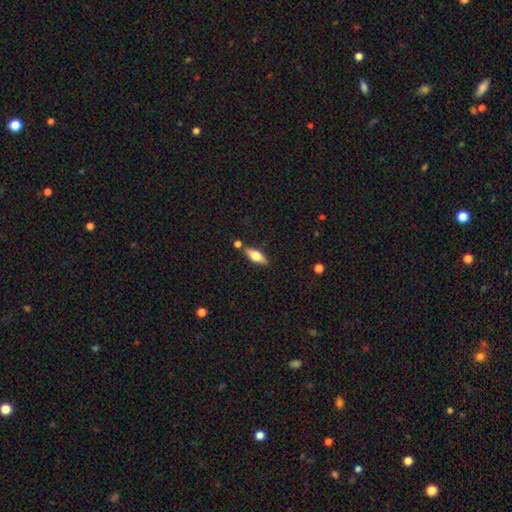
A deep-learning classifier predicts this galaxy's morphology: A smooth galaxy with no disk features (62%) that is in between round and cigar-shaped (65%). Merging: none (77%).